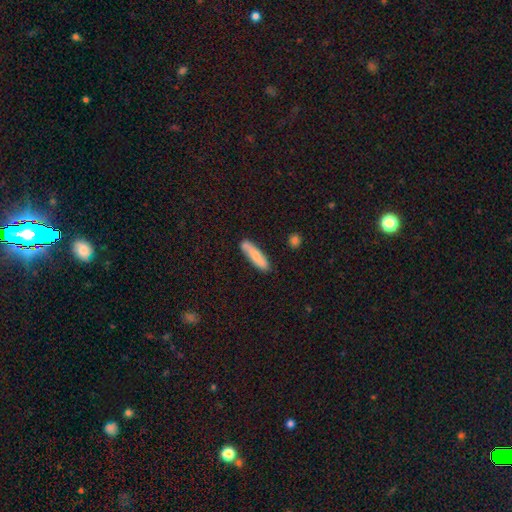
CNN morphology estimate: type=smooth (77%); roundness=cigar-shaped (78%); merging=none (78%).